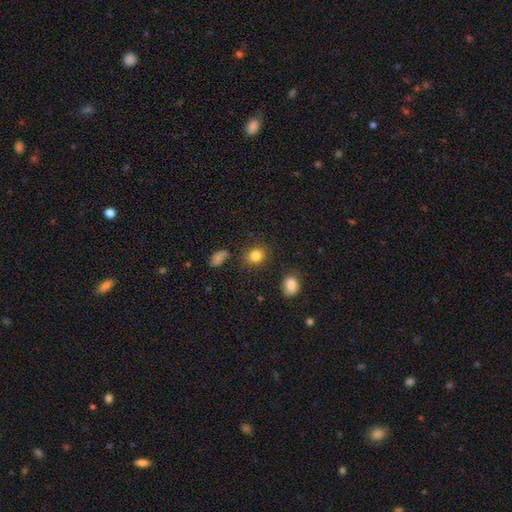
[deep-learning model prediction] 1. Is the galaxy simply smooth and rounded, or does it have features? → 83% smooth, 11% star or artifact, 6% featured or disk.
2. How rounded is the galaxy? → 68% round, 31% in between, 1% cigar-shaped.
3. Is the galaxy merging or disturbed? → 82% none, 11% minor disturbance, 4% major disturbance, 3% merger.